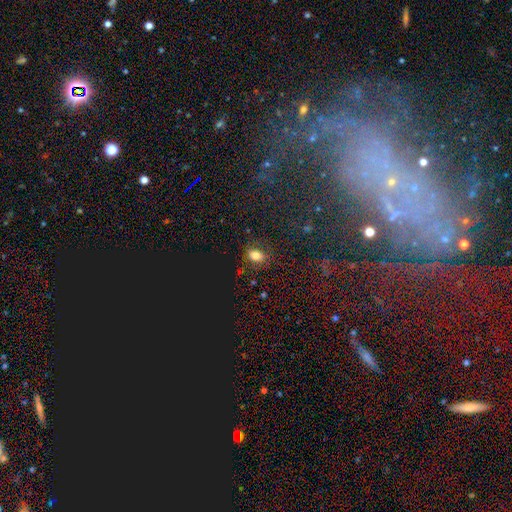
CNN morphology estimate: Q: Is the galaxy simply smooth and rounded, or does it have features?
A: smooth — 73%.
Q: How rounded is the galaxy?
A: in between — 77%.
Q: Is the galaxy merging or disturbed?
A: none — 78%.